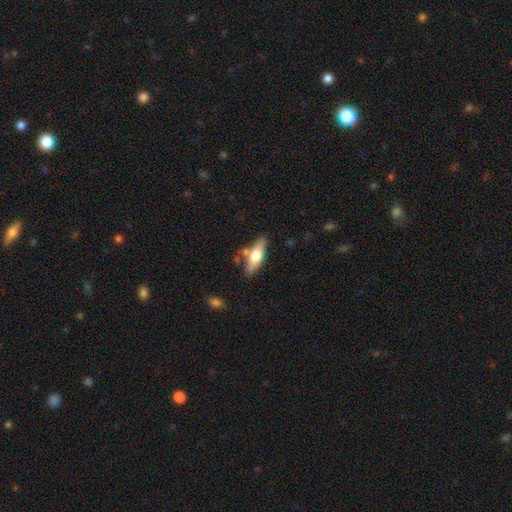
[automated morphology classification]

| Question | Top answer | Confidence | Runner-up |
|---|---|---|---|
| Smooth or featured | smooth | 57% | featured or disk (37%) |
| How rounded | in between | 52% | cigar-shaped (45%) |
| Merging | none | 72% | minor disturbance (15%) |